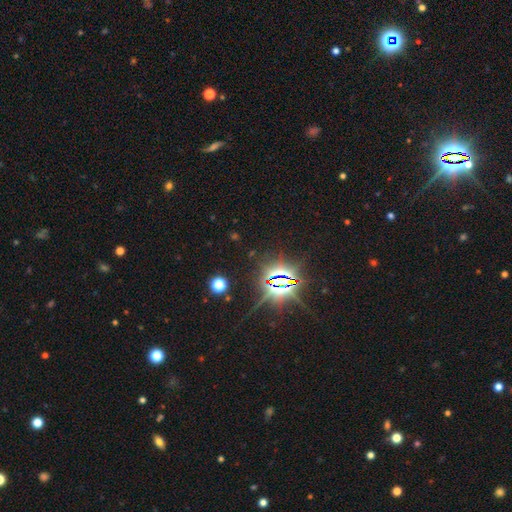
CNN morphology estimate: Q: Smooth or featured?
A: star or artifact (83%); runner-up: smooth (10%)